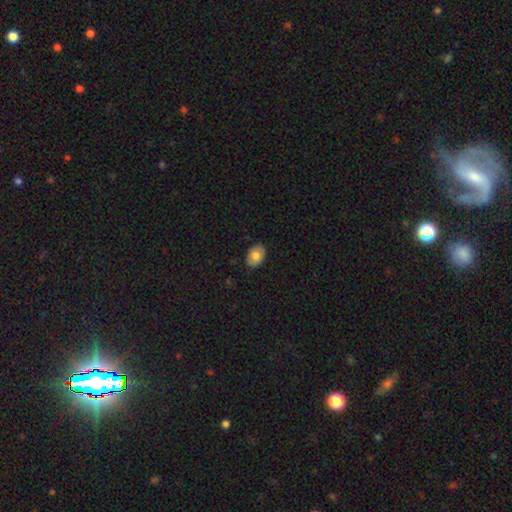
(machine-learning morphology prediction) smooth 82%, featured or disk 11%, star or artifact 7%. Down the decision tree: how rounded — in between (82%); merging — none (87%).